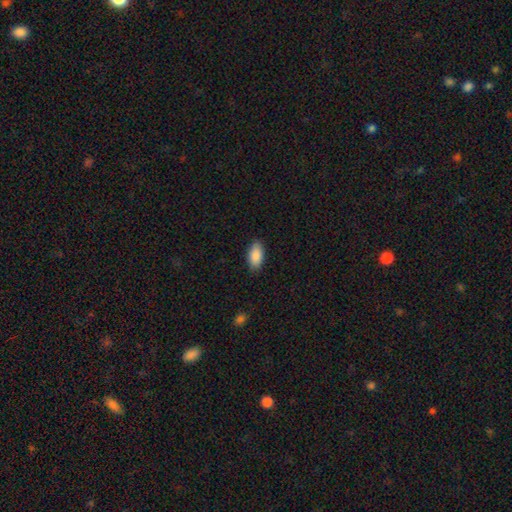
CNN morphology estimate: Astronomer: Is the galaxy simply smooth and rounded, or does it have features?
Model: smooth — 89%.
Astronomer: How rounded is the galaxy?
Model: in between — 94%.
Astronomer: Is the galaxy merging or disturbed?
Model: none — 87%.